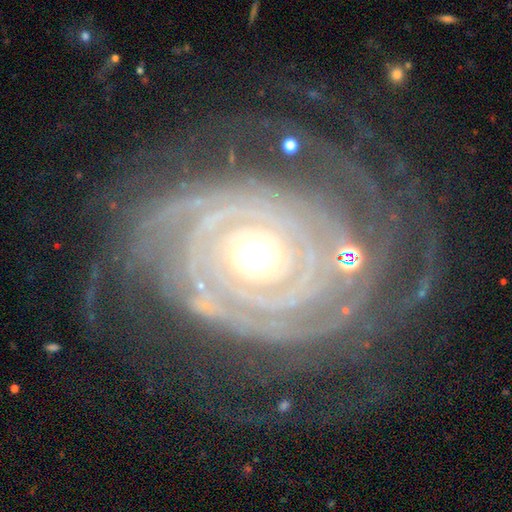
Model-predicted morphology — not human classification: smooth-or-featured: featured or disk: 90% | star or artifact: 5% | smooth: 5%
  disk-edge-on: no: 96% | yes: 4%
    bar: no: 82% | weak: 11% | strong: 7%
    has-spiral-arms: yes: 96% | no: 4%
      spiral-winding: tight: 84% | medium: 12% | loose: 4%
      spiral-arm-count: can't tell: 26% | 2: 23% | 3: 16% | 4: 13% | more than 4: 13% | 1: 9%
    bulge-size: moderate: 67% | small: 22% | large: 8% | dominant: 1% | none: 1%
  merging: none: 66% | minor disturbance: 18% | major disturbance: 14% | merger: 3%